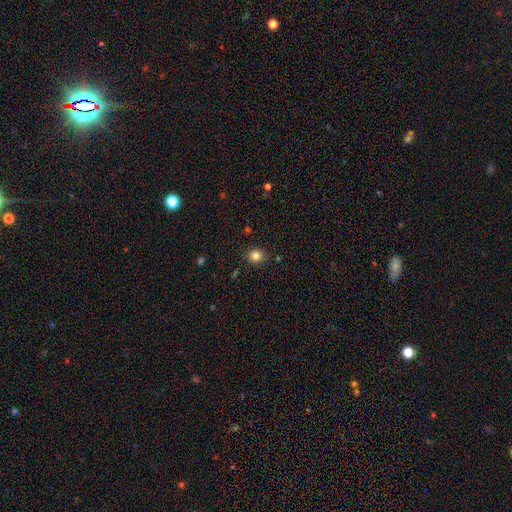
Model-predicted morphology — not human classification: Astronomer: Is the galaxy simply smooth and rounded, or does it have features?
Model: smooth — 82%.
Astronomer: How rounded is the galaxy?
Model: round — 75%.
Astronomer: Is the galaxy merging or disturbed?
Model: none — 87%.